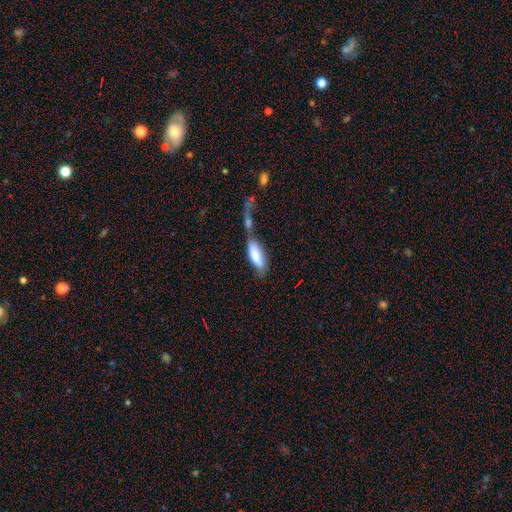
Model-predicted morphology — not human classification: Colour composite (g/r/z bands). It shows a smooth galaxy with no disk features (72%) that is in between round and cigar-shaped (65%). Merging: merger (49%).